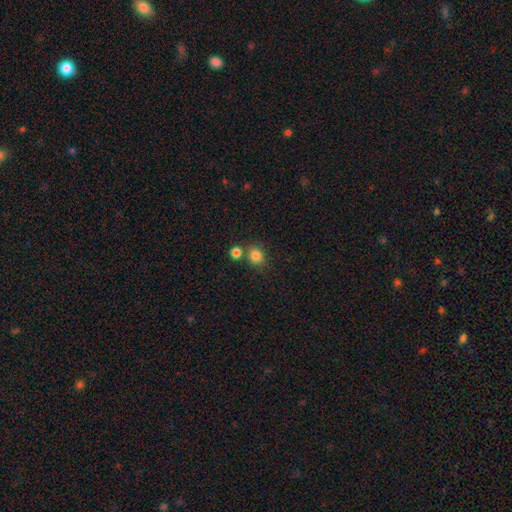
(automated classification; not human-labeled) Q: Smooth or featured?
A: smooth (83%); runner-up: star or artifact (12%)
Q: How rounded?
A: round (70%); runner-up: in between (29%)
Q: Merging?
A: none (70%); runner-up: merger (16%)